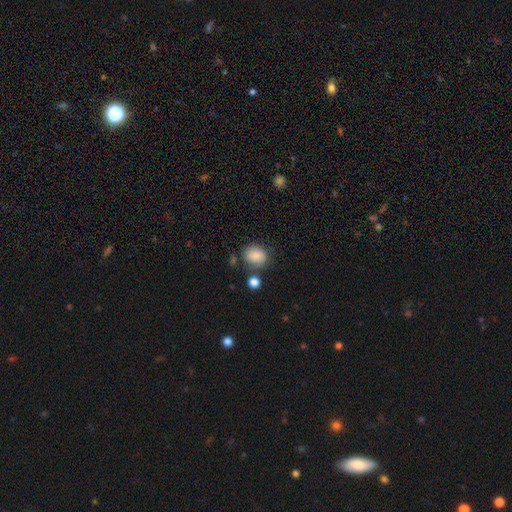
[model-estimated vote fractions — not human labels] smooth 83%, star or artifact 9%, featured or disk 8%. Down the decision tree: how rounded — round (59%); merging — none (71%).